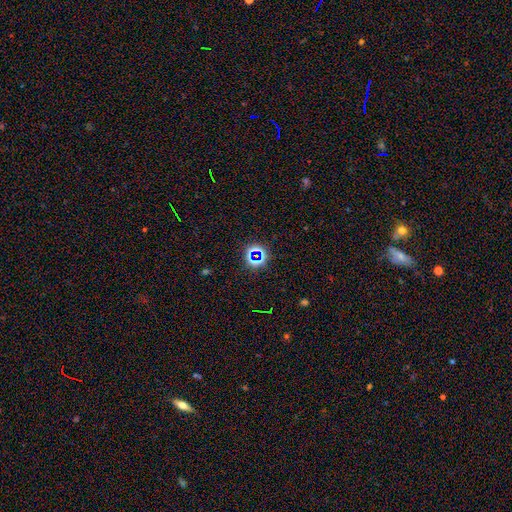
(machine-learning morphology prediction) smooth_or_featured: star or artifact (p=0.70) [alt: smooth p=0.20]